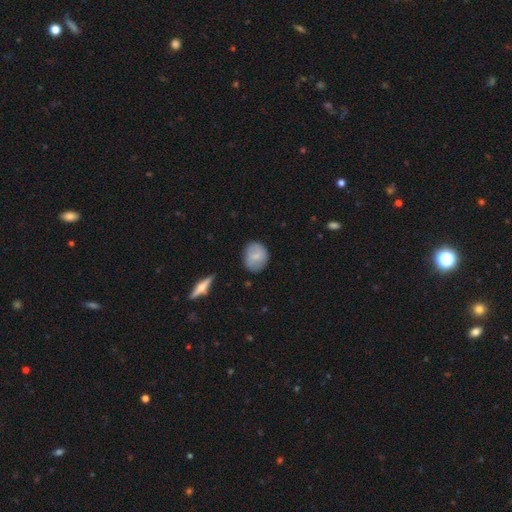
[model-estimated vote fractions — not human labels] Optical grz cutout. It shows a smooth galaxy with no disk features (71%) that is round (58%). Merging: none (80%).